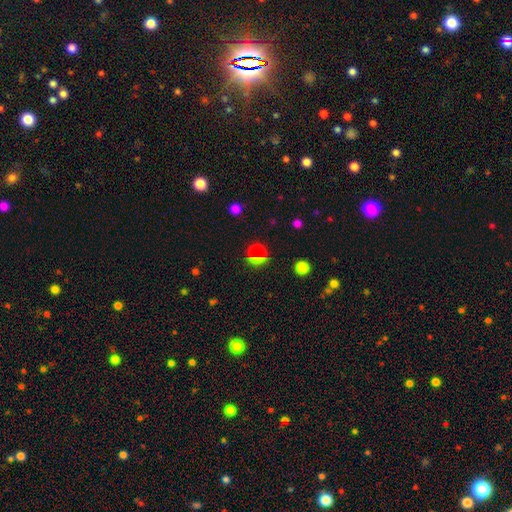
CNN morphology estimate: Smooth or featured: star or artifact — 51% (smooth — 41%)